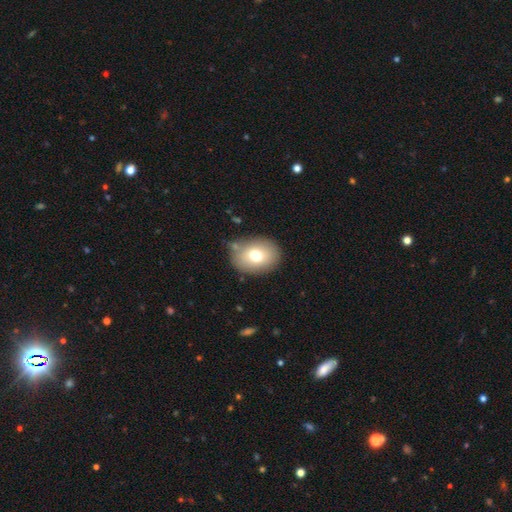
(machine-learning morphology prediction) This appears to be a smooth galaxy with no disk features (74%) that is in between round and cigar-shaped (63%). Merging: none (79%).